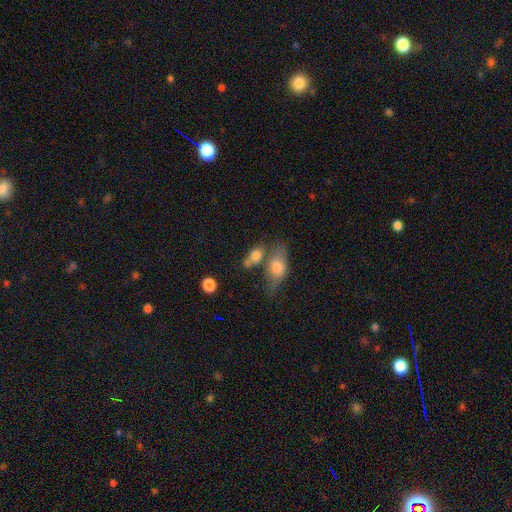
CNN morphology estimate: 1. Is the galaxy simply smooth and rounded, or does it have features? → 75% smooth, 16% featured or disk, 9% star or artifact.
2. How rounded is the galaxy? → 76% in between, 17% round, 7% cigar-shaped.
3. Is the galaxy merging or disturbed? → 39% merger, 38% none, 15% minor disturbance, 8% major disturbance.